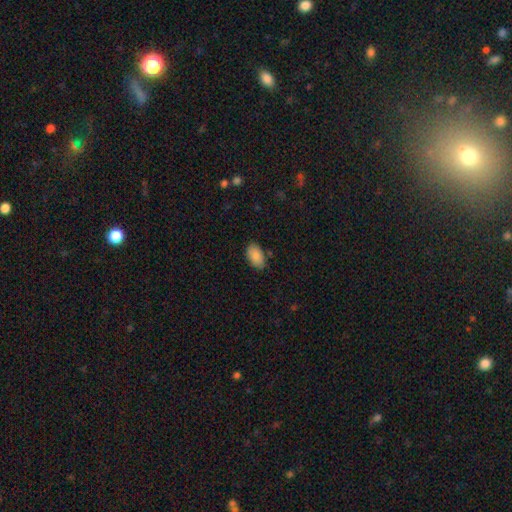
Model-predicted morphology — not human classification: A smooth galaxy with no disk features (88%) that is in between round and cigar-shaped (93%). Merging: none (81%).